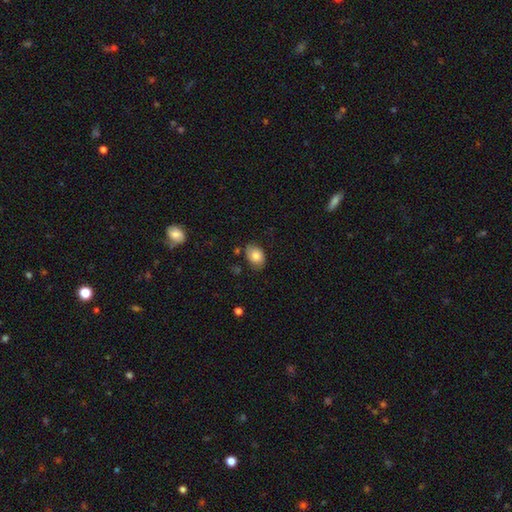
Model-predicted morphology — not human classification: This is clearly a smooth galaxy (80%). How rounded: likely in between (79%). Merging: likely none (72%).